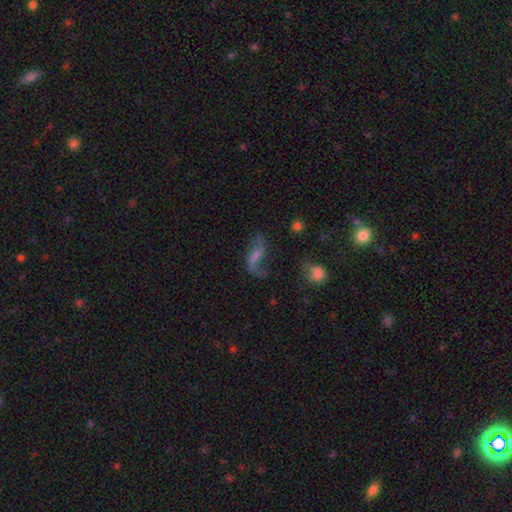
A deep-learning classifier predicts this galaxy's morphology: Overall: featured or disk (74%). Edge-on disk: no (93%). Bar: weak (43%; no 32%). Spiral arms: yes (90%). Spiral arm count: 2 (85%). Spiral winding: loose (82%). Bulge size: small (46%; moderate 25%). Merging: none (59%).